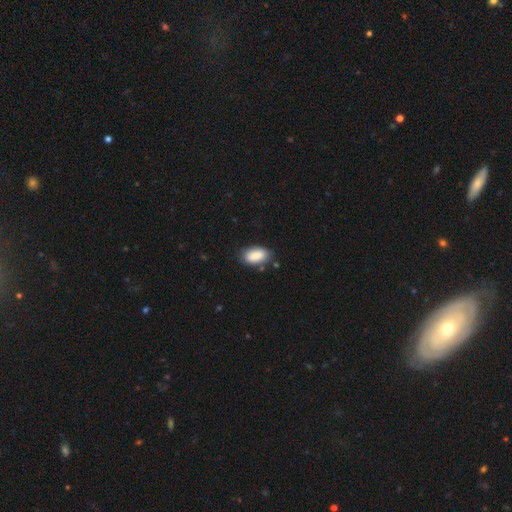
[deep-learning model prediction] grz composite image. It shows a smooth galaxy with no disk features (88%) that is in between round and cigar-shaped (94%). Merging: none (79%).